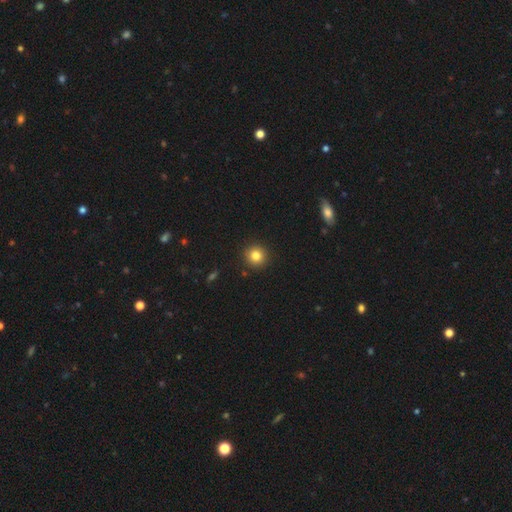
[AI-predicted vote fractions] This appears to be a smooth galaxy with no disk features (82%) that is round (94%). Merging: none (92%).